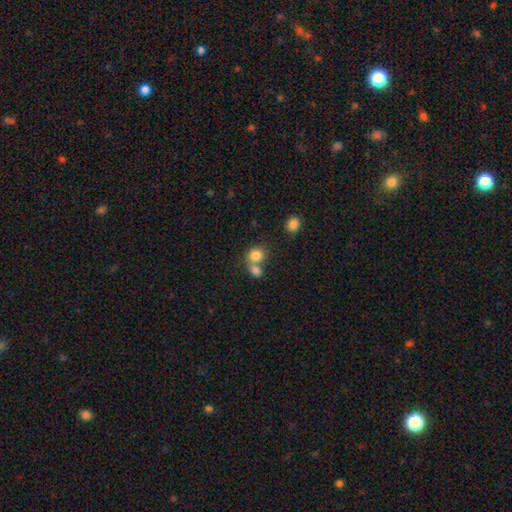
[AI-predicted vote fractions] Q: Smooth or featured?
A: smooth (82%); runner-up: star or artifact (10%)
Q: How rounded?
A: round (71%); runner-up: in between (28%)
Q: Merging?
A: merger (49%); runner-up: none (40%)